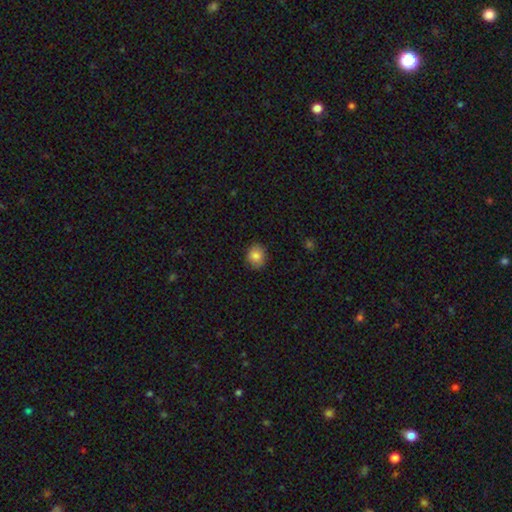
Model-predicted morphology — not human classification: This is clearly a smooth galaxy (84%). How rounded: likely round (65%). Merging: clearly none (87%).